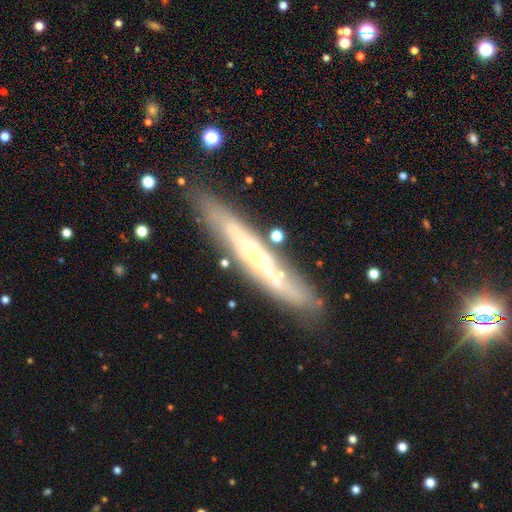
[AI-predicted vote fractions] Overall: featured or disk (69%). Edge-on disk: yes (68%; no 32%). Merging: none (81%).